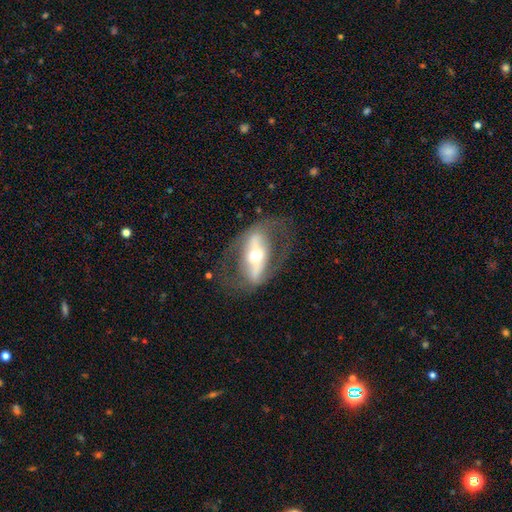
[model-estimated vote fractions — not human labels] Smooth or featured? featured or disk (77%)
Edge-on disk? no (78%)
Bar? strong (64%)
Spiral arms? no (50%, tied with yes)
Bulge size? moderate (67%)
Merging? none (66%)